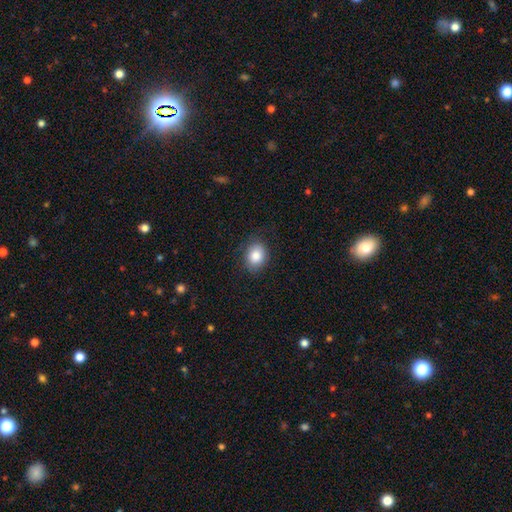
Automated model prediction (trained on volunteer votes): Smooth or featured? Predicted: smooth (p=0.84). How rounded? Predicted: round (p=0.50). Merging? Predicted: none (p=0.83).